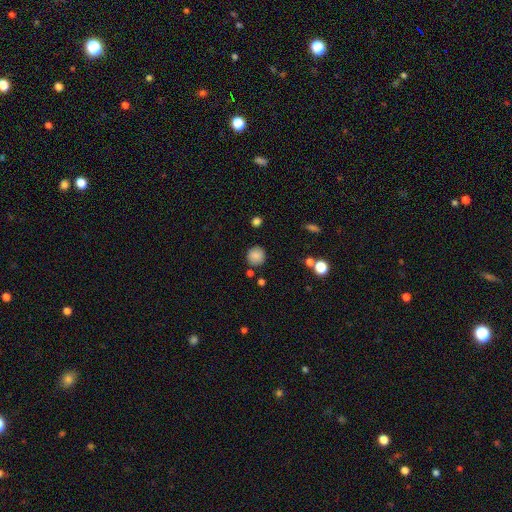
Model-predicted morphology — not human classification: smooth 85%, star or artifact 10%, featured or disk 5%. Down the decision tree: how rounded — round (91%); merging — none (84%).